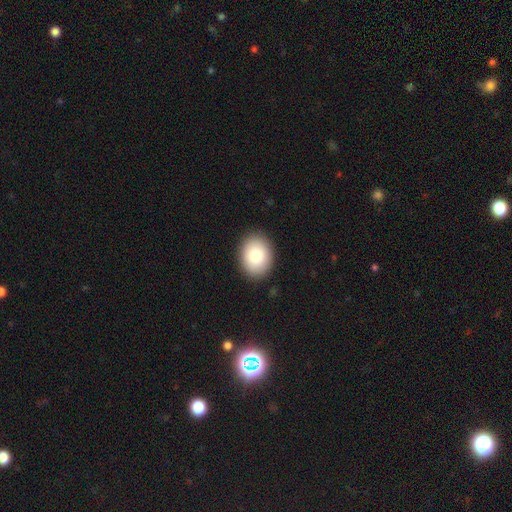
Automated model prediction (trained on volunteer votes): A smooth galaxy with no disk features (84%) that is in between round and cigar-shaped (56%). Merging: none (89%).